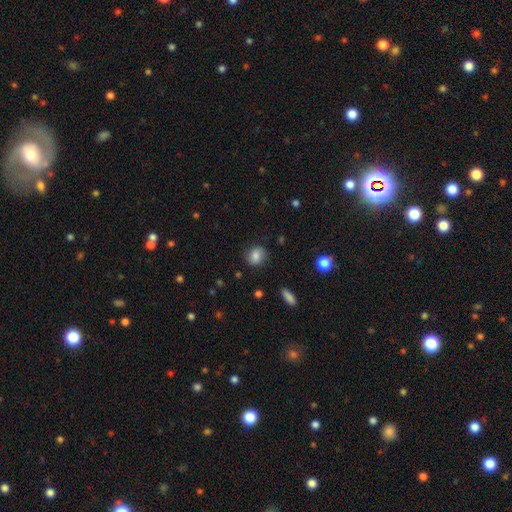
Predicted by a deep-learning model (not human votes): A smooth galaxy with no disk features (78%) that is round (68%). Merging: none (80%).